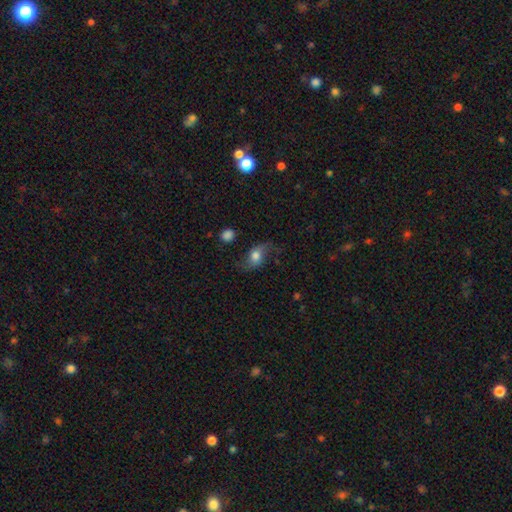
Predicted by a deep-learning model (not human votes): Smooth or featured: smooth — 48% (featured or disk — 42%)
Merging: none — 60% (minor disturbance — 23%)